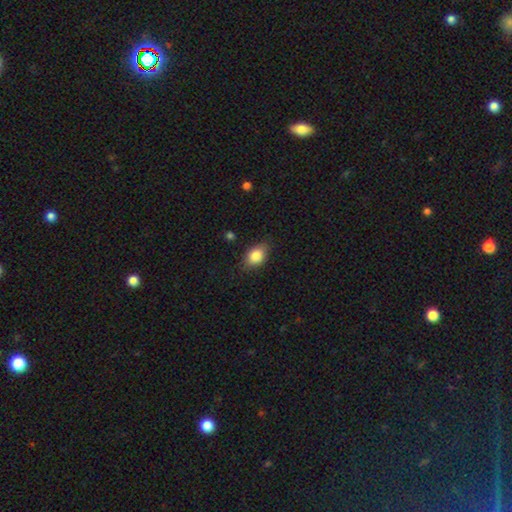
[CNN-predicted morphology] Smooth or featured? smooth (83%)
How rounded? in between (80%)
Merging? none (78%)